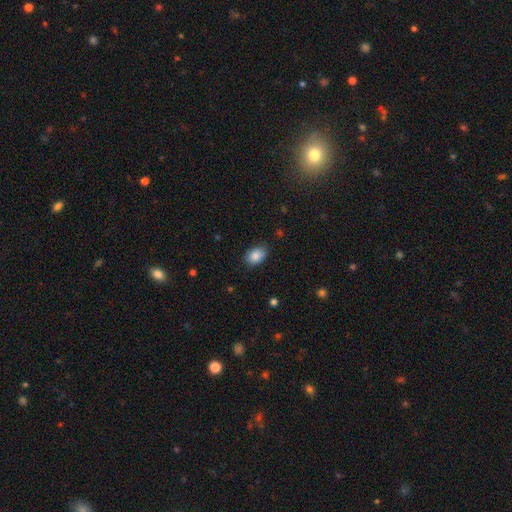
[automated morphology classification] smooth-or-featured: smooth: 86% | star or artifact: 8% | featured or disk: 6%
  how-rounded: in between: 81% | round: 18% | cigar-shaped: 1%
  merging: none: 83% | minor disturbance: 13% | major disturbance: 3% | merger: 1%